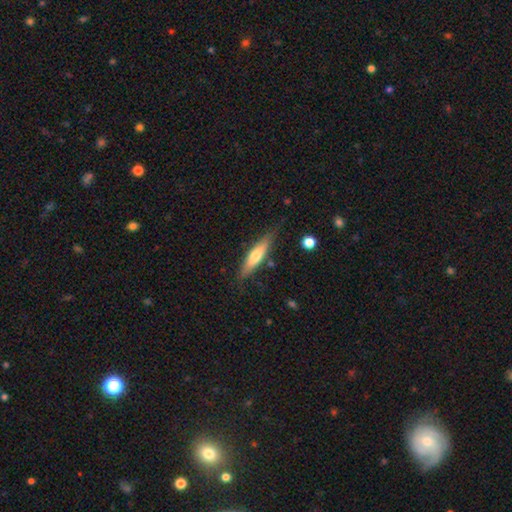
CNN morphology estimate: This appears to be a smooth galaxy with no disk features (59%) that is cigar-shaped (75%). Merging: none (75%).